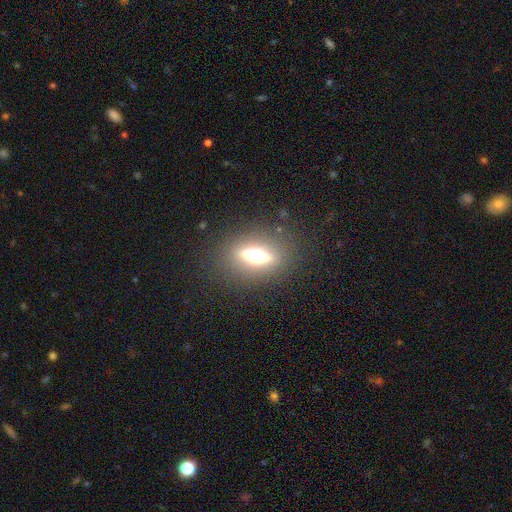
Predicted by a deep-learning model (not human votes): Smooth or featured: featured or disk — 51% (smooth — 35%)
Edge-on disk: yes — 73% (no — 27%)
Merging: none — 84% (minor disturbance — 9%)